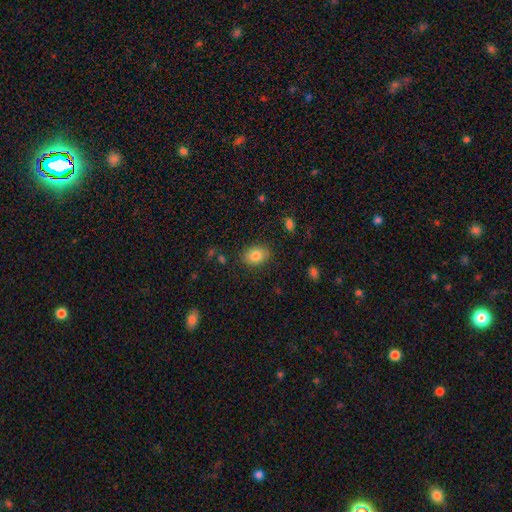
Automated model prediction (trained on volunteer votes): smooth 83%, star or artifact 9%, featured or disk 8%. Down the decision tree: how rounded — in between (72%); merging — none (85%).